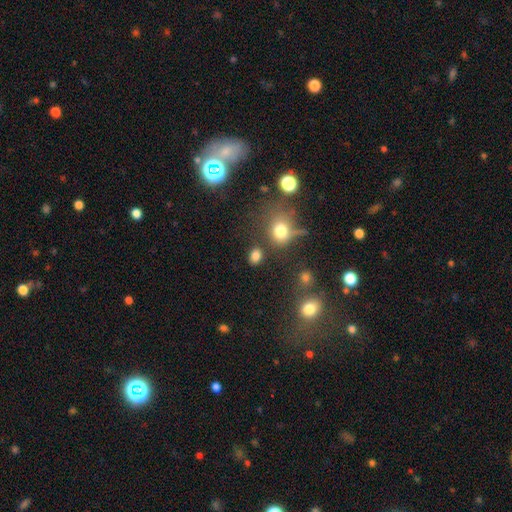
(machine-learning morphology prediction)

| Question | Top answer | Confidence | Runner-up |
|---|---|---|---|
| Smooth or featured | smooth | 79% | star or artifact (14%) |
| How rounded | in between | 62% | round (37%) |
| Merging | none | 75% | minor disturbance (11%) |